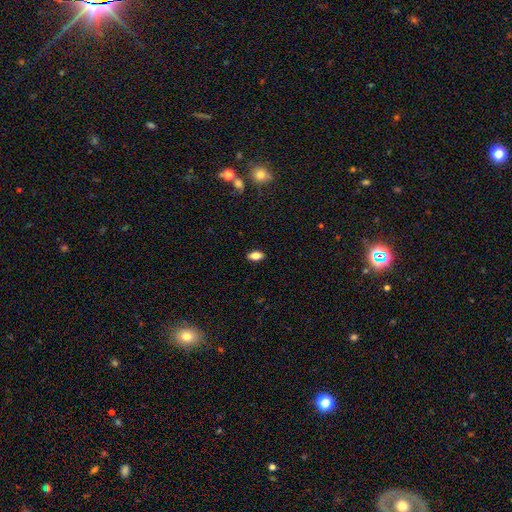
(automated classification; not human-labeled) This appears to be a smooth galaxy with no disk features (80%) that is in between round and cigar-shaped (89%). Merging: none (89%).